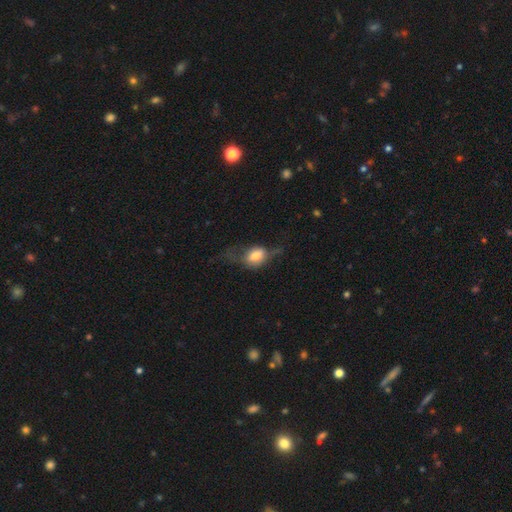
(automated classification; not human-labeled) Smooth or featured?
  - smooth: 60% *
  - featured or disk: 32%
  - star or artifact: 8%
How rounded?
  - in between: 75% *
  - round: 21%
  - cigar-shaped: 4%
Merging?
  - major disturbance: 39% *
  - none: 31%
  - minor disturbance: 26%
  - merger: 3%